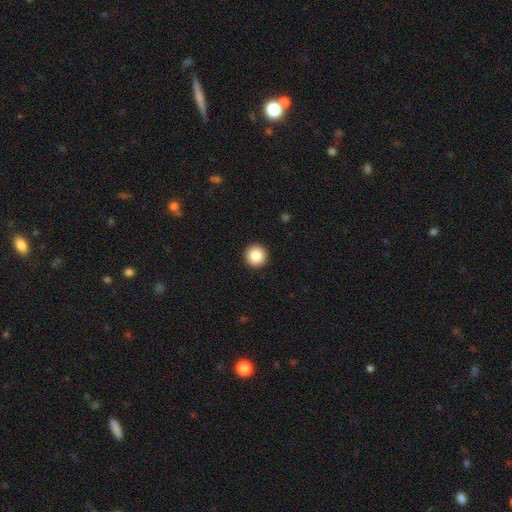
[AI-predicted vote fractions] Q: Smooth or featured?
A: smooth (86%); runner-up: star or artifact (9%)
Q: How rounded?
A: round (97%); runner-up: in between (3%)
Q: Merging?
A: none (94%); runner-up: minor disturbance (4%)